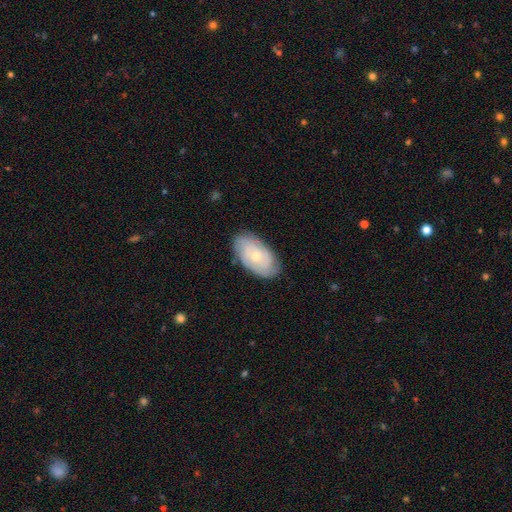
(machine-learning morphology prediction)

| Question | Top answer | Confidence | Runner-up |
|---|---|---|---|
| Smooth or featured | featured or disk | 61% | smooth (32%) |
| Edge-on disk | no | 95% | yes (5%) |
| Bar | no | 81% | weak (17%) |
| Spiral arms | yes | 87% | no (13%) |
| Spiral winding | tight | 67% | medium (25%) |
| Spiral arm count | can't tell | 46% | 2 (19%) |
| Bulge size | small | 62% | moderate (34%) |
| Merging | none | 80% | minor disturbance (16%) |